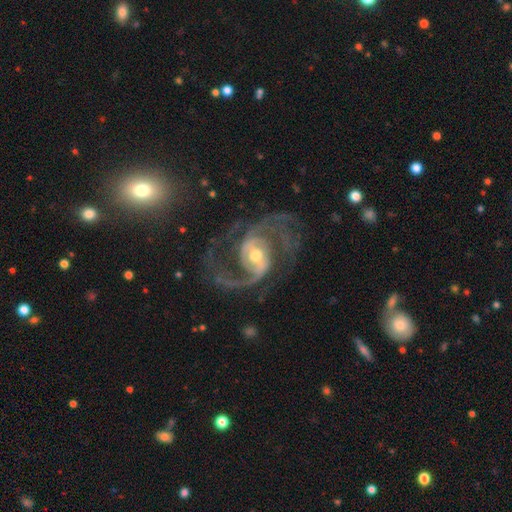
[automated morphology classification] This appears to be a featured or disk galaxy (92%) with a weak bar (45%), 2 (67%) medium (54%) spiral arms (97%) and a moderate central bulge (67%). Merging: none (63%).